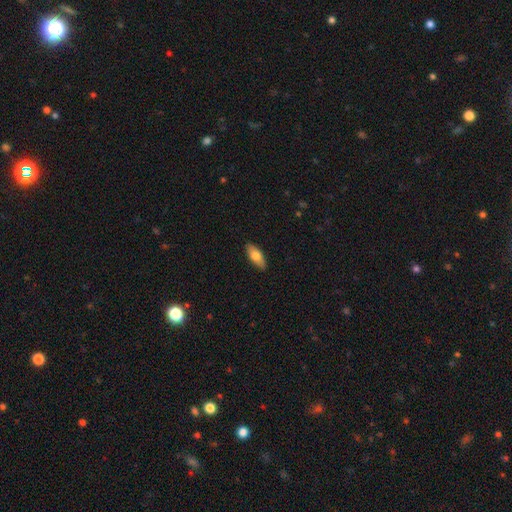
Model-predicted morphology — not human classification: Smooth or featured? Predicted: smooth (p=0.73). How rounded? Predicted: in between (p=0.78). Merging? Predicted: none (p=0.88).